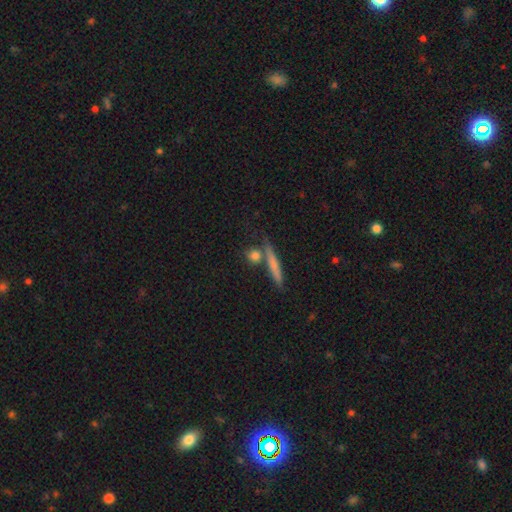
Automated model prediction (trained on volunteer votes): This appears to be a smooth galaxy with no disk features (75%) that is round (59%). Merging: none (70%).